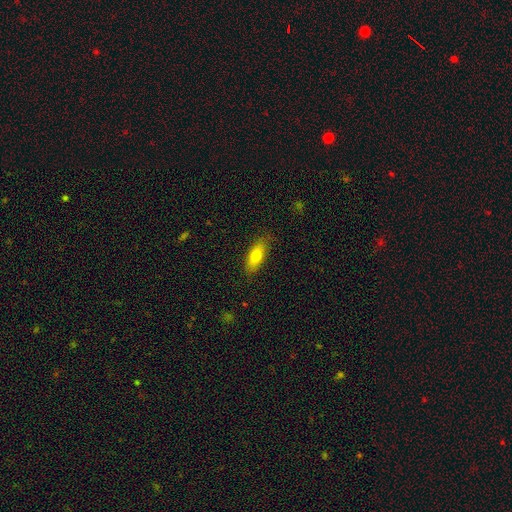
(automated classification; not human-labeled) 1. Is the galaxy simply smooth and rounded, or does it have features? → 76% smooth, 17% featured or disk, 7% star or artifact.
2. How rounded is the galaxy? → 70% in between, 28% cigar-shaped, 3% round.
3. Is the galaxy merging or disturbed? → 83% none, 13% minor disturbance, 3% major disturbance, 1% merger.